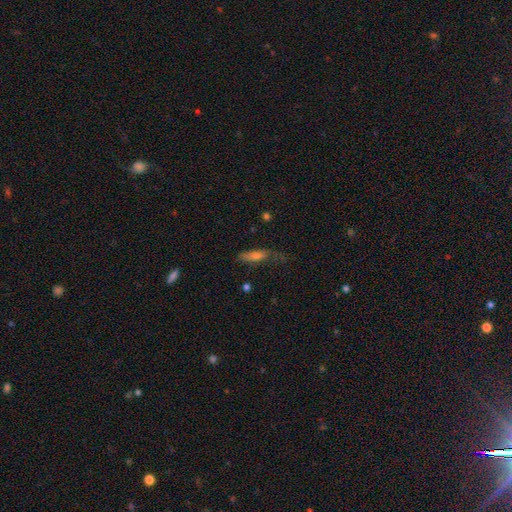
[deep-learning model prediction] Q: Smooth or featured?
A: smooth (54%); runner-up: featured or disk (35%)
Q: How rounded?
A: cigar-shaped (68%); runner-up: in between (29%)
Q: Merging?
A: none (59%); runner-up: minor disturbance (27%)